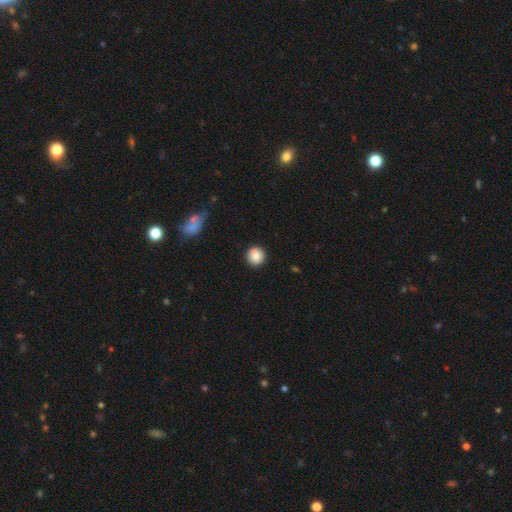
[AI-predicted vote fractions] The model was most divided on "smooth or featured": smooth: 85%, star or artifact: 8%, featured or disk: 7%. More confident: how rounded — round (92%); merging — none (89%).